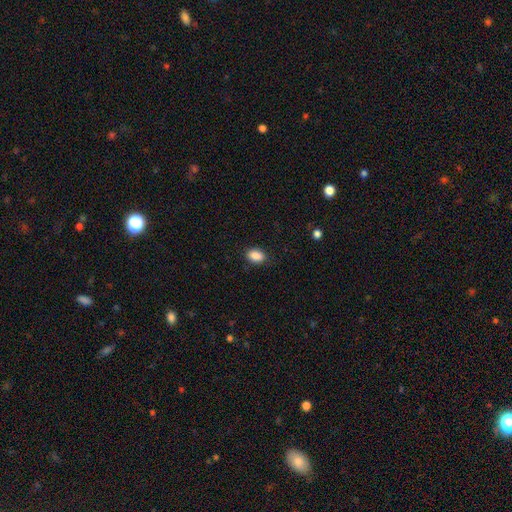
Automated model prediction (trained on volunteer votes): A smooth galaxy with no disk features (89%) that is in between round and cigar-shaped (85%). Merging: none (85%).